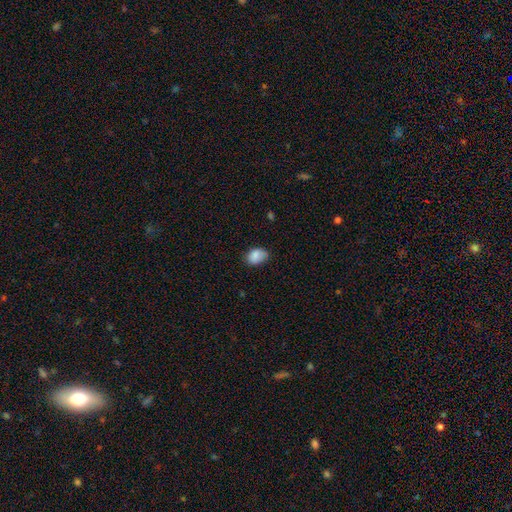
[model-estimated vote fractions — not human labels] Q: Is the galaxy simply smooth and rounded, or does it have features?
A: smooth — 86%.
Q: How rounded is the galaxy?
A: in between — 79%.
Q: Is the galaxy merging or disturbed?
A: none — 67%.